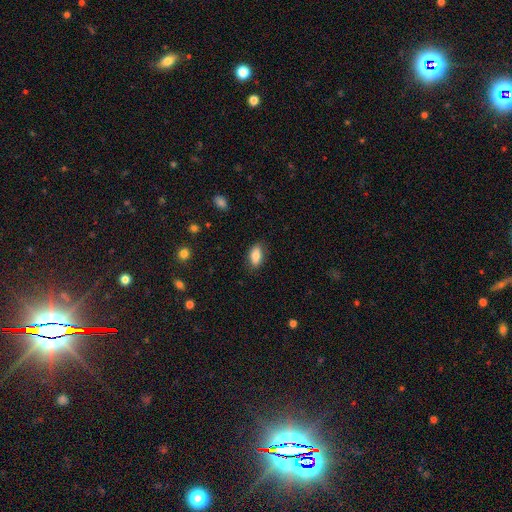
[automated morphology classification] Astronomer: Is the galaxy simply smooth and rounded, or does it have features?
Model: smooth — 83%.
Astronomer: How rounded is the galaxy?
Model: in between — 88%.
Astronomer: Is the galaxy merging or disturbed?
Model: none — 83%.